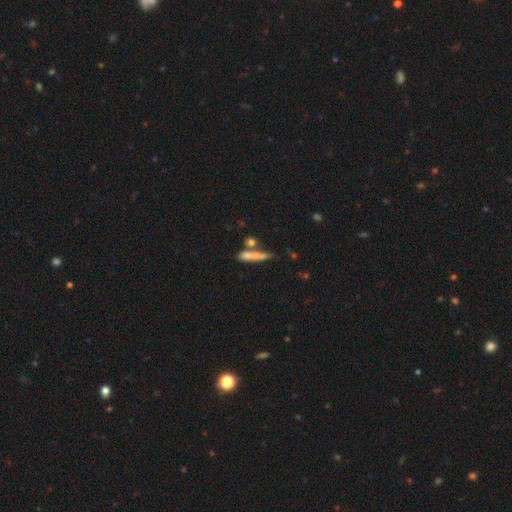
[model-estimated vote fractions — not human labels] Smooth or featured: smooth — 70% (featured or disk — 21%)
How rounded: cigar-shaped — 83% (in between — 13%)
Merging: none — 54% (merger — 22%)